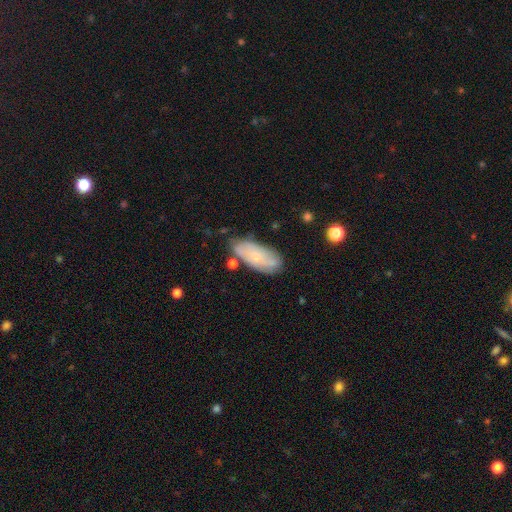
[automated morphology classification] Smooth or featured? Predicted: smooth (p=0.55). How rounded? Predicted: in between (p=0.85). Merging? Predicted: none (p=0.68).